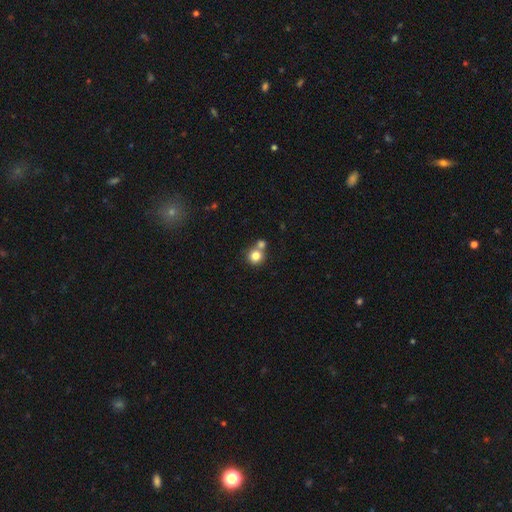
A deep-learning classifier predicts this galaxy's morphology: A smooth galaxy with no disk features (81%) that is round (90%).

Vote fractions:
- Smooth or featured? smooth: 81% / star or artifact: 11% / featured or disk: 9%
- How rounded? round: 90% / in between: 9% / cigar-shaped: 1%
- Merging? none: 54% / merger: 36% / minor disturbance: 7% / major disturbance: 3%